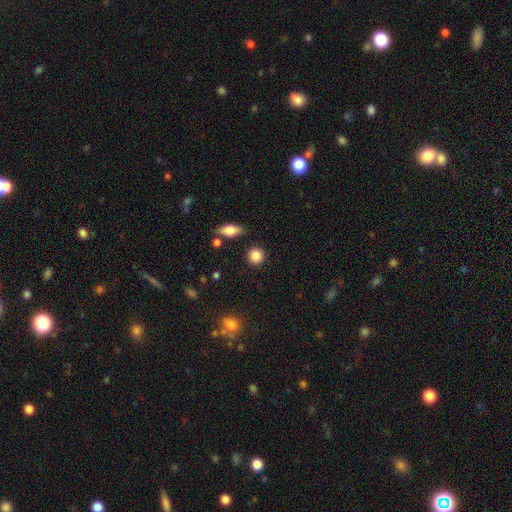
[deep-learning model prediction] The model was most divided on "how rounded": round: 88%, in between: 11%, cigar-shaped: 1%. More confident: merging — none (88%); smooth or featured — smooth (86%).